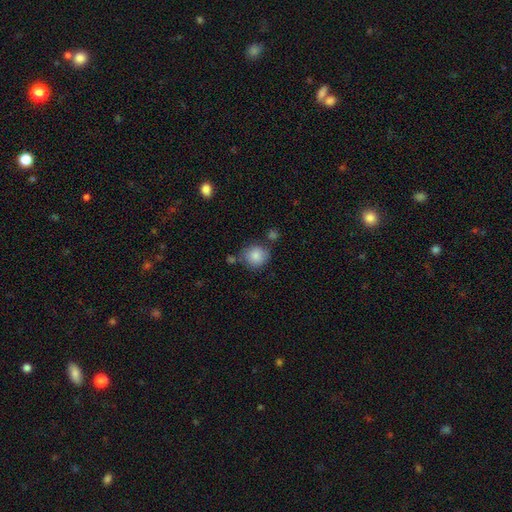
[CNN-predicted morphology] This appears to be a smooth galaxy with no disk features (86%) that is round (88%). Merging: none (72%).